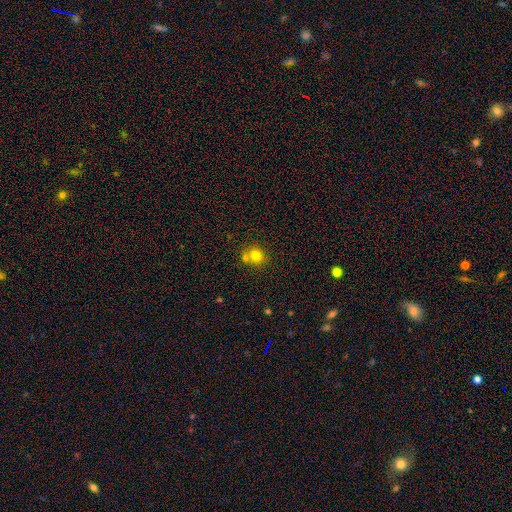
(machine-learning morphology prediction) smooth-or-featured: smooth: 77% | star or artifact: 13% | featured or disk: 10%
  how-rounded: round: 83% | in between: 16% | cigar-shaped: 1%
  merging: none: 57% | merger: 30% | minor disturbance: 9% | major disturbance: 3%